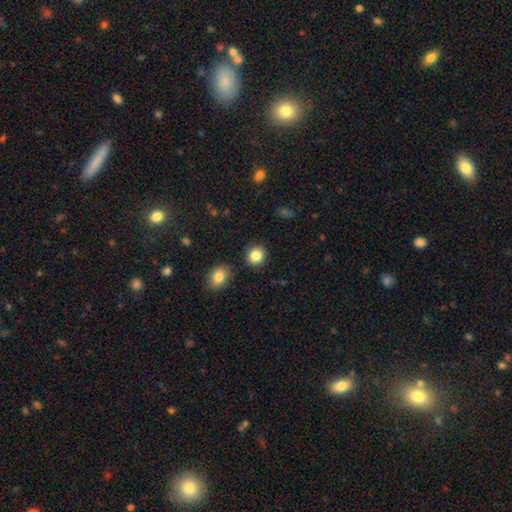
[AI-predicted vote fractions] A smooth galaxy with no disk features (86%) that is round (79%). Merging: none (88%).